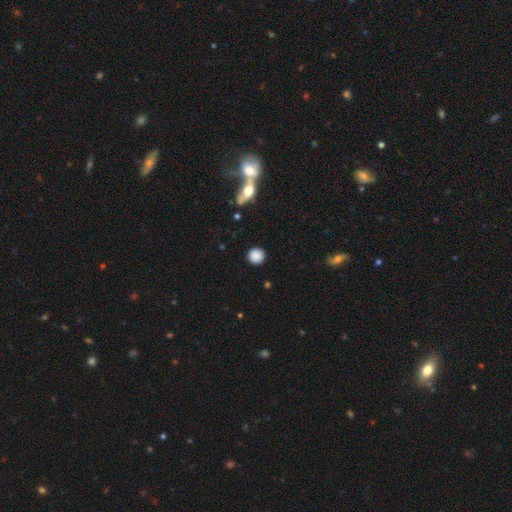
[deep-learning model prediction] This is clearly a smooth galaxy (85%). How rounded: clearly round (94%). Merging: clearly none (89%).